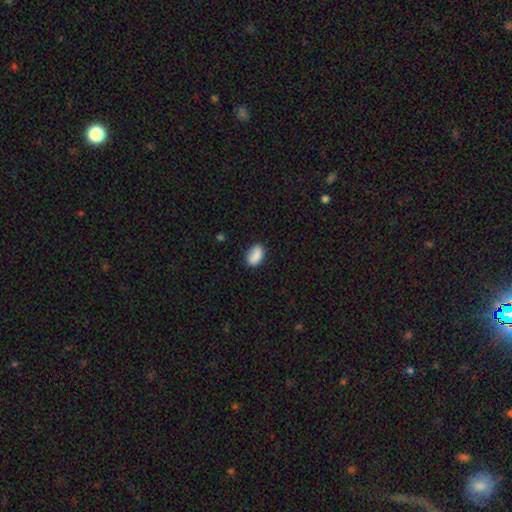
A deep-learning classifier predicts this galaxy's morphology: Q: Smooth or featured?
A: smooth (85%); runner-up: star or artifact (8%)
Q: How rounded?
A: in between (89%); runner-up: round (8%)
Q: Merging?
A: none (74%); runner-up: minor disturbance (19%)